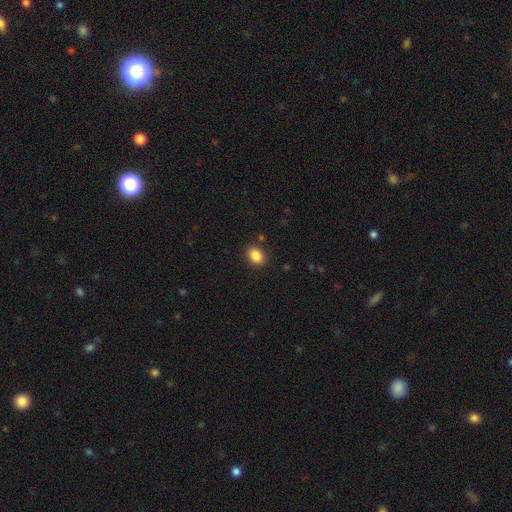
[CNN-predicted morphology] Smooth or featured?
  - smooth: 87% *
  - star or artifact: 9%
  - featured or disk: 4%
How rounded?
  - in between: 65% *
  - round: 34%
  - cigar-shaped: 1%
Merging?
  - none: 87% *
  - minor disturbance: 8%
  - major disturbance: 2%
  - merger: 2%